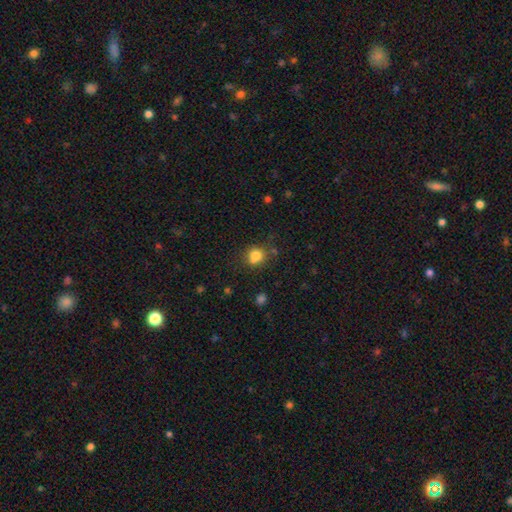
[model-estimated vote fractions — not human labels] smooth_or_featured: smooth (p=0.80) [alt: star or artifact p=0.13]
how_rounded: round (p=0.81) [alt: in between p=0.18]
merging: none (p=0.64) [alt: minor disturbance p=0.16]